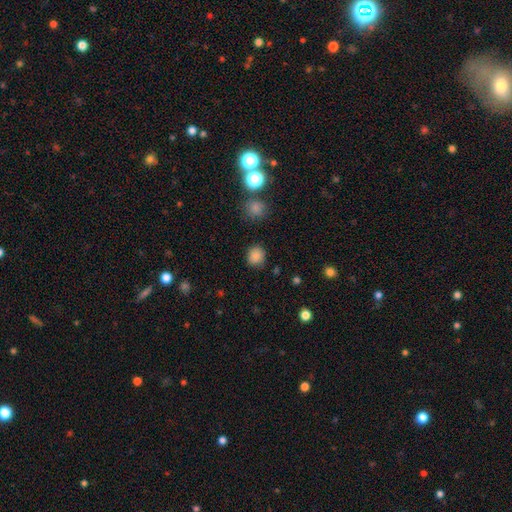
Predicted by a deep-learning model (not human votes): Smooth or featured?
  - smooth: 84% *
  - star or artifact: 12%
  - featured or disk: 4%
How rounded?
  - round: 81% *
  - in between: 19%
  - cigar-shaped: 1%
Merging?
  - none: 84% *
  - minor disturbance: 11%
  - major disturbance: 3%
  - merger: 2%